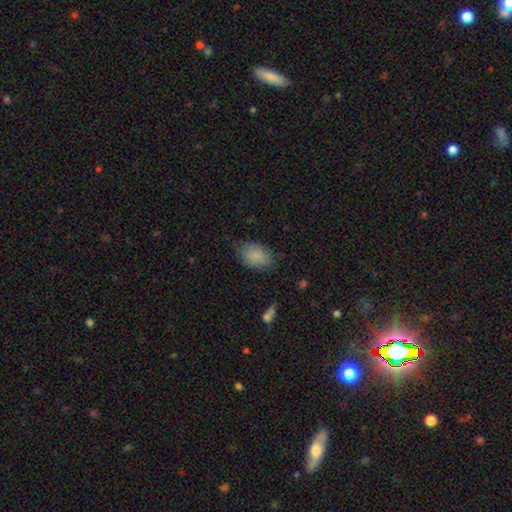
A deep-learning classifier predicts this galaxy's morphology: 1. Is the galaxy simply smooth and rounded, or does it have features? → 85% smooth, 8% star or artifact, 7% featured or disk.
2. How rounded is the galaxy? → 85% in between, 14% round, 1% cigar-shaped.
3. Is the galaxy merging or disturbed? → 72% none, 21% minor disturbance, 5% major disturbance, 1% merger.